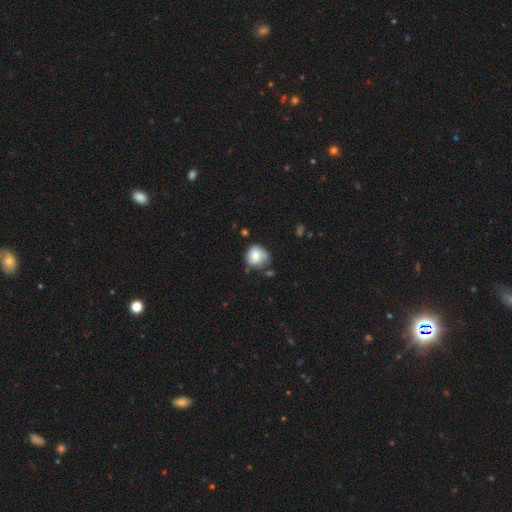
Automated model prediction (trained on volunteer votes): The model was most divided on "merging": none: 55%, minor disturbance: 29%, major disturbance: 9%, merger: 8%. More confident: how rounded — round (79%); smooth or featured — smooth (70%).